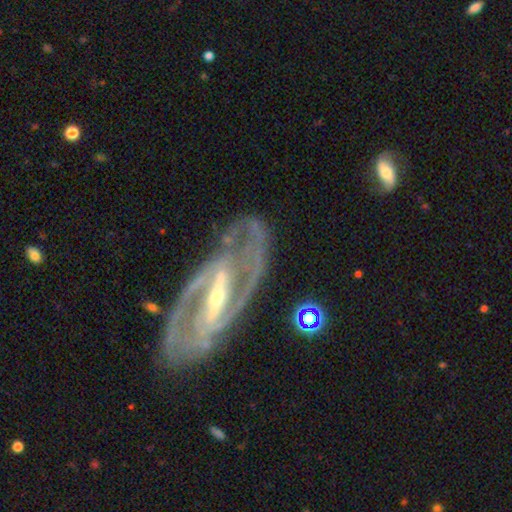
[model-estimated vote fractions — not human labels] This appears to be a featured or disk galaxy (91%) with a strong bar (68%), 2 (86%) medium (47%) spiral arms (96%) and a small central bulge (66%). Merging: none (80%).